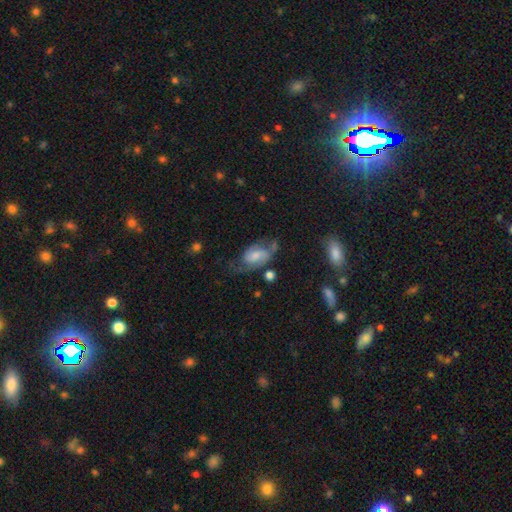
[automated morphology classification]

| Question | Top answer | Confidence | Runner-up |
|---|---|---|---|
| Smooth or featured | featured or disk | 61% | smooth (31%) |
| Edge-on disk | no | 96% | yes (4%) |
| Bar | no | 47% | weak (43%) |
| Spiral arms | yes | 87% | no (13%) |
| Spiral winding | medium | 47% | loose (33%) |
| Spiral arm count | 2 | 79% | can't tell (11%) |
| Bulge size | moderate | 36% | small (32%) |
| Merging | none | 45% | minor disturbance (27%) |